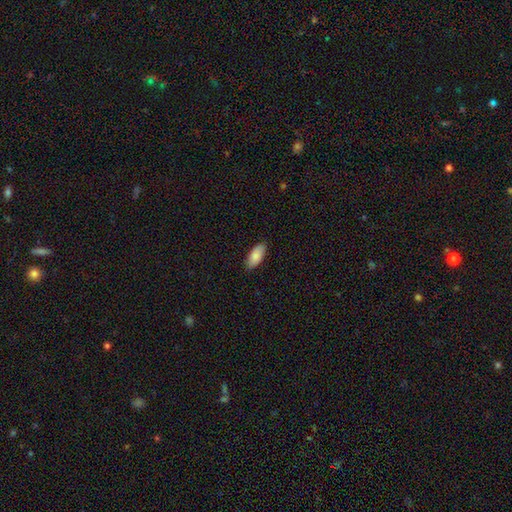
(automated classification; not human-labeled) smooth_or_featured: smooth (p=0.87) [alt: featured or disk p=0.07]
how_rounded: in between (p=0.88) [alt: cigar-shaped p=0.10]
merging: none (p=0.87) [alt: minor disturbance p=0.10]